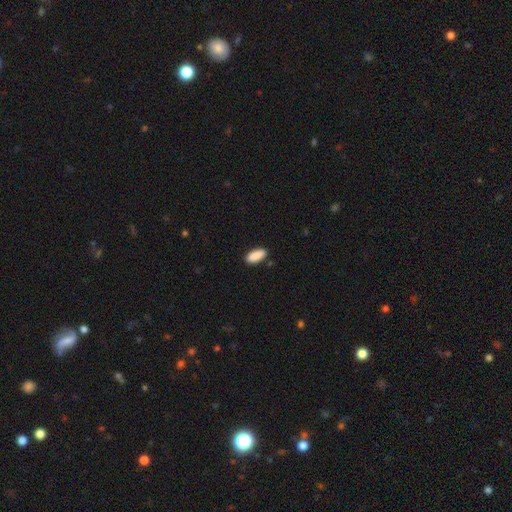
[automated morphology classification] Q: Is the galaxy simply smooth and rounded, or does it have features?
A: smooth — 90%.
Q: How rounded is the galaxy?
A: in between — 83%.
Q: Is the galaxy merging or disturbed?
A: none — 86%.